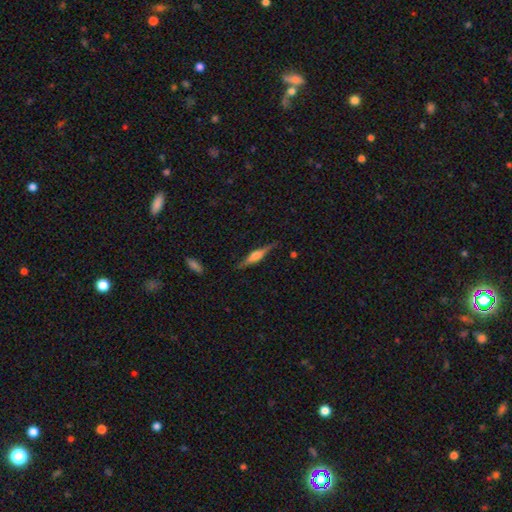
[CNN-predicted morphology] A featured or disk galaxy (74%) viewed edge-on (97%) with a rounded central bulge (76%).

Vote fractions:
- Smooth or featured? featured or disk: 74% / smooth: 20% / star or artifact: 6%
- Edge-on disk? yes: 97% / no: 3%
- Edge-on bulge? rounded: 76% / boxy: 20% / none: 4%
- Merging? none: 86% / minor disturbance: 11% / major disturbance: 2% / merger: 1%